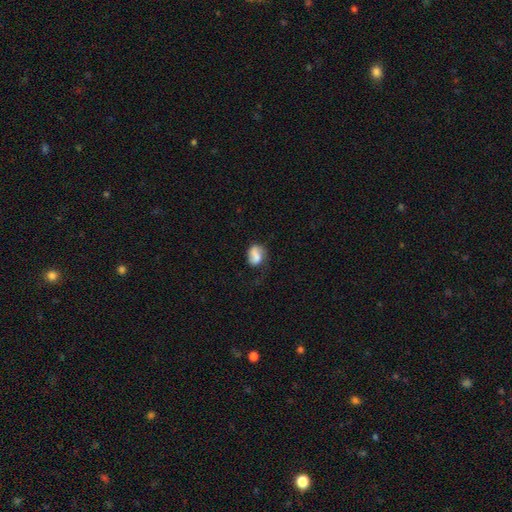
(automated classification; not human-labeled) Morphology: type=smooth (63%); roundness=in between (66%); merging=none (44%).